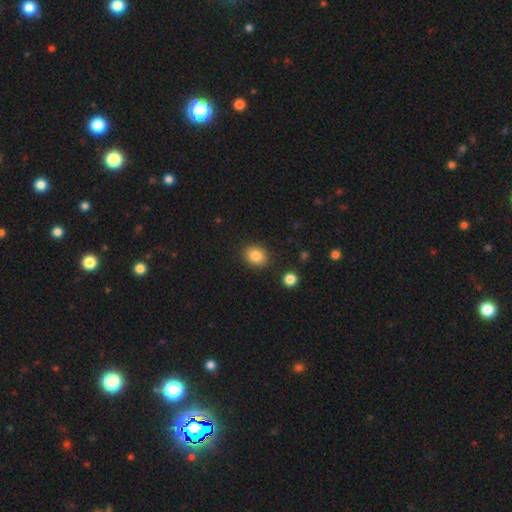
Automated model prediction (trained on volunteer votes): Smooth or featured? Predicted: smooth (p=0.85). How rounded? Predicted: in between (p=0.51). Merging? Predicted: none (p=0.88).